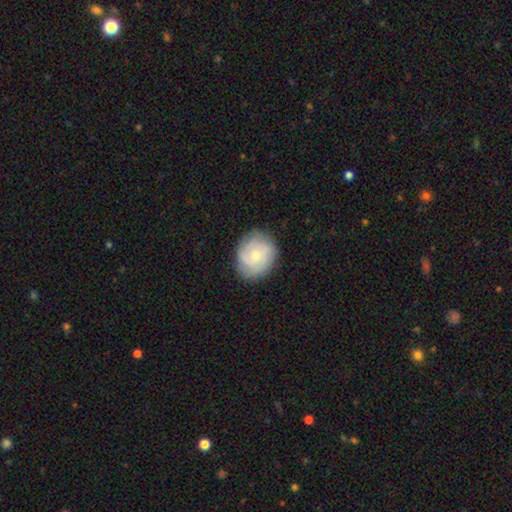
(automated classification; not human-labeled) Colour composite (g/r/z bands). It shows a smooth galaxy with no disk features (48%). Merging: none (80%).